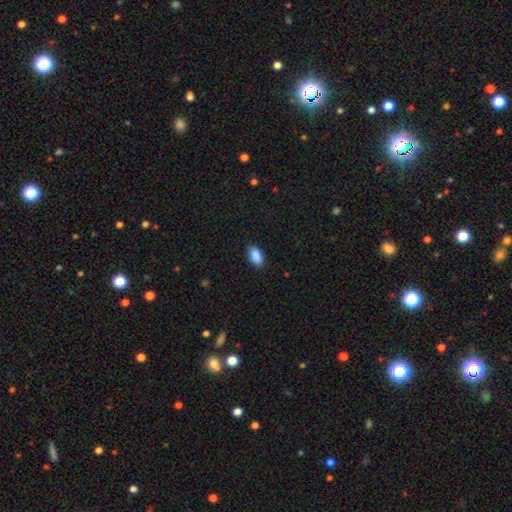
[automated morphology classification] smooth 90%, star or artifact 7%, featured or disk 3%. Down the decision tree: how rounded — in between (93%); merging — none (88%).